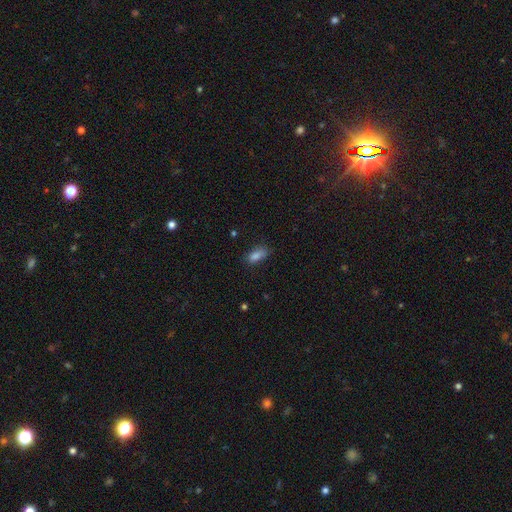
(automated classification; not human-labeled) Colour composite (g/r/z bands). It shows a smooth galaxy with no disk features (82%) that is in between round and cigar-shaped (84%). Merging: none (64%).